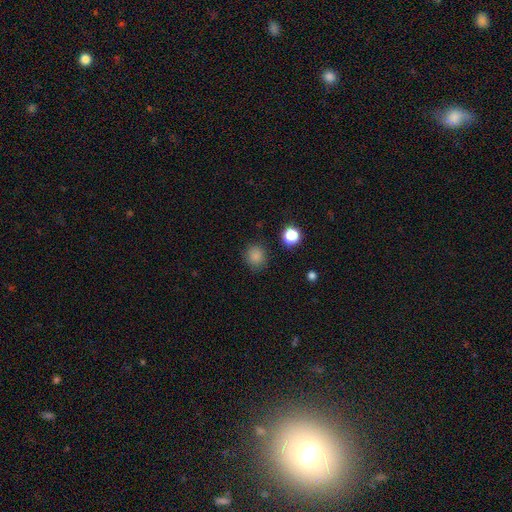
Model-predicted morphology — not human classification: Overall: smooth (83%). How rounded: round (82%). Merging: none (85%).